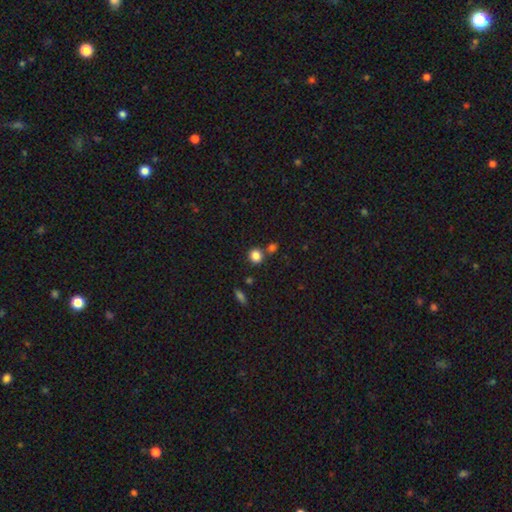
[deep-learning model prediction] This appears to be a smooth galaxy with no disk features (85%) that is round (84%). Merging: none (73%).